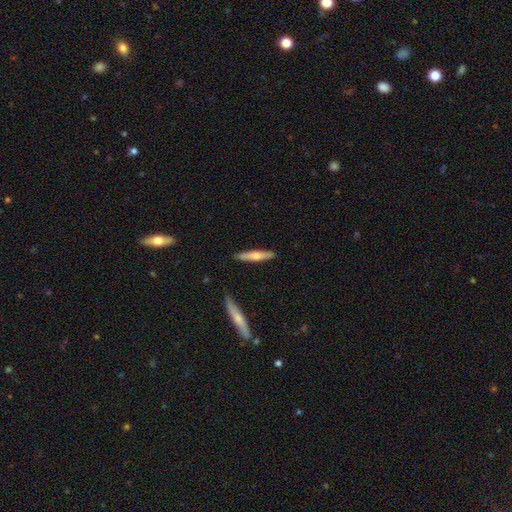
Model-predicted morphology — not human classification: Overall: smooth (57%; featured or disk 38%). How rounded: cigar-shaped (89%). Merging: none (89%).